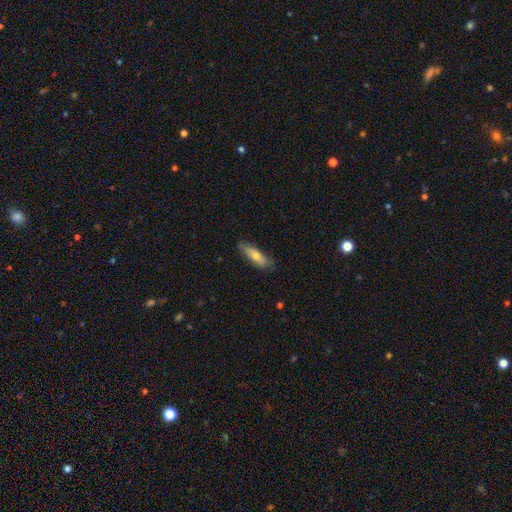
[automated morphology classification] The model was most divided on "how rounded": cigar-shaped: 56%, in between: 42%, round: 2%. More confident: merging — none (79%); smooth or featured — smooth (60%).